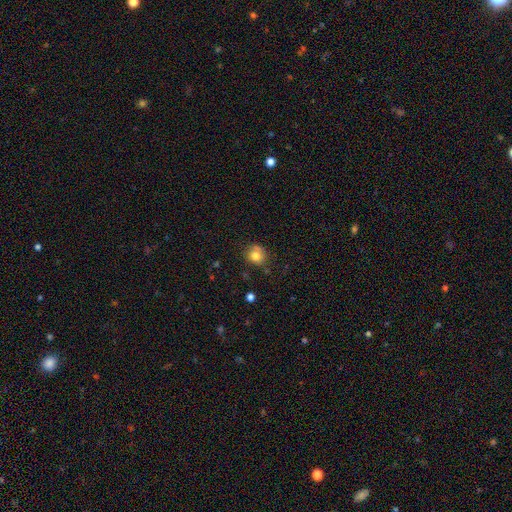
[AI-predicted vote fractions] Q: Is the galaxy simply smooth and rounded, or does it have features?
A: smooth — 79%.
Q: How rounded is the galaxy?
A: round — 80%.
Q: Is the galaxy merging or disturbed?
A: none — 66%.